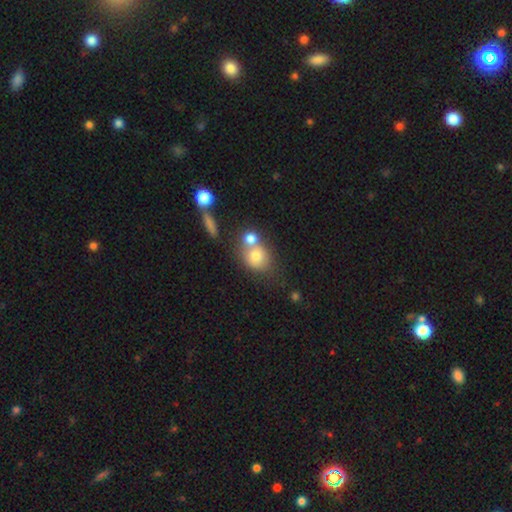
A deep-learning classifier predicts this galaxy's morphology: type=smooth (74%); roundness=round (65%); merging=merger (51%).